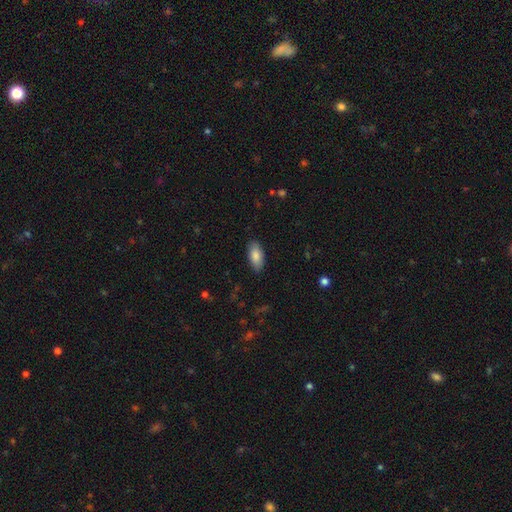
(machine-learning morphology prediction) A smooth galaxy with no disk features (86%) that is in between round and cigar-shaped (91%). Merging: none (88%).